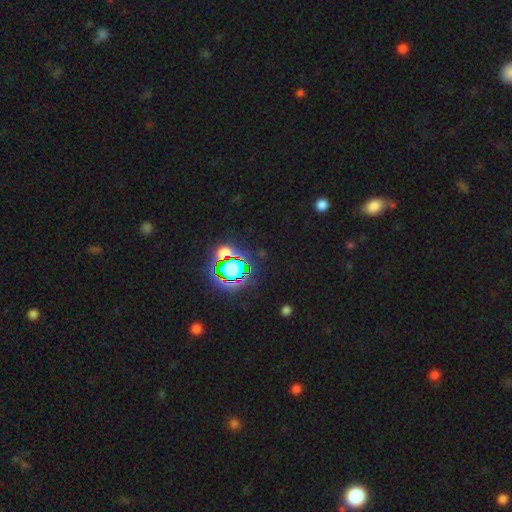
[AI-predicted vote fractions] smooth-or-featured: star or artifact: 78% | smooth: 14% | featured or disk: 8%